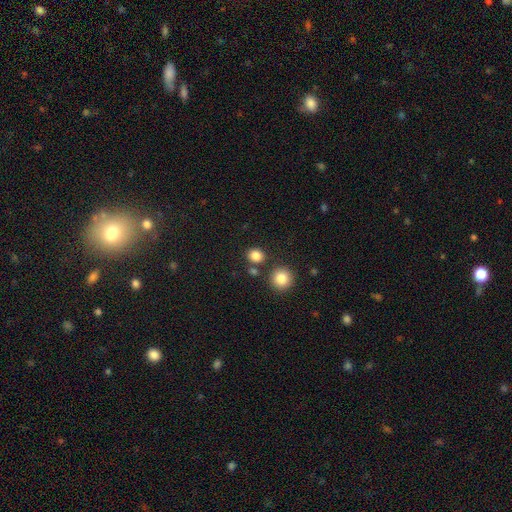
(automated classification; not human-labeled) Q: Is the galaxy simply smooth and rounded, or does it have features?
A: smooth — 84%.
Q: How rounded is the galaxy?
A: round — 79%.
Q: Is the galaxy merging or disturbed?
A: none — 79%.